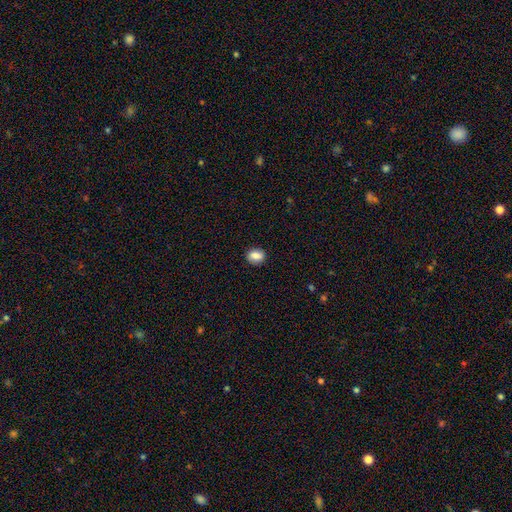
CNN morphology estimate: The model was most divided on "how rounded": in between: 52%, round: 47%, cigar-shaped: 2%. More confident: merging — none (86%); smooth or featured — smooth (82%).